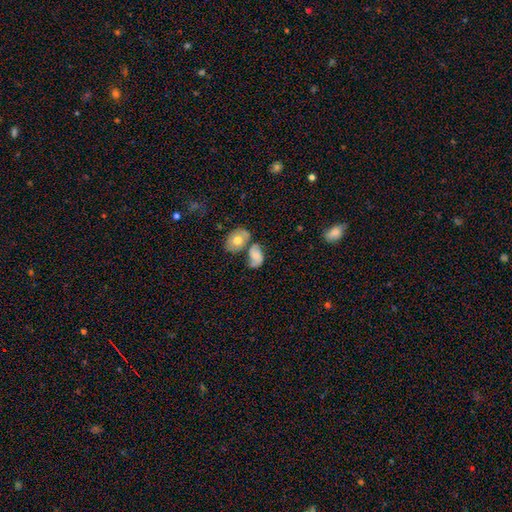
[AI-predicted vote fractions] Q: Smooth or featured?
A: smooth (48%); runner-up: featured or disk (43%)
Q: Merging?
A: none (34%); runner-up: merger (32%)